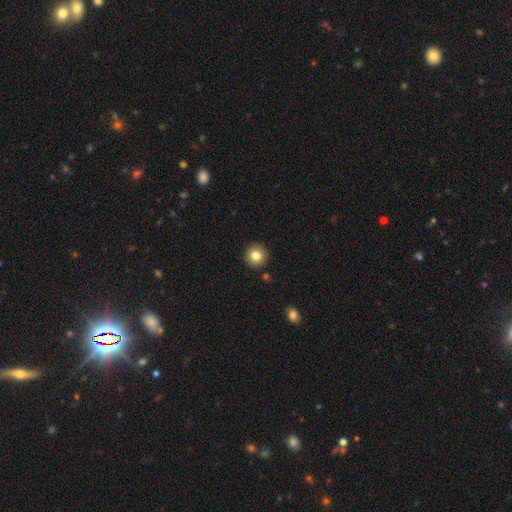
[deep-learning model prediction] Smooth or featured?
  - smooth: 81% *
  - star or artifact: 10%
  - featured or disk: 8%
How rounded?
  - round: 95% *
  - in between: 4%
  - cigar-shaped: 1%
Merging?
  - none: 91% *
  - minor disturbance: 6%
  - merger: 2%
  - major disturbance: 2%